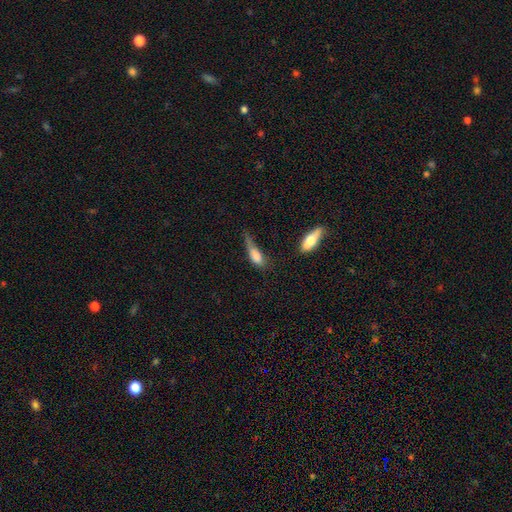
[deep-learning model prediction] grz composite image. It shows a smooth galaxy with no disk features (74%) that is in between round and cigar-shaped (64%). Merging: minor disturbance (35%).